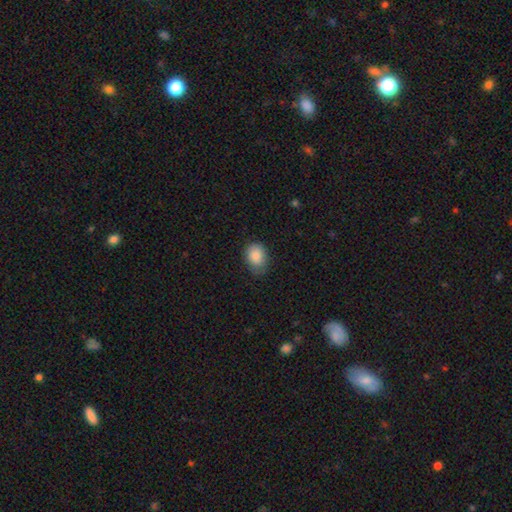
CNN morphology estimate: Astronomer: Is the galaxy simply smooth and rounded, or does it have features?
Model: smooth — 87%.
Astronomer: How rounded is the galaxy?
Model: in between — 65%.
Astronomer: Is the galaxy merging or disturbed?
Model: none — 67%.